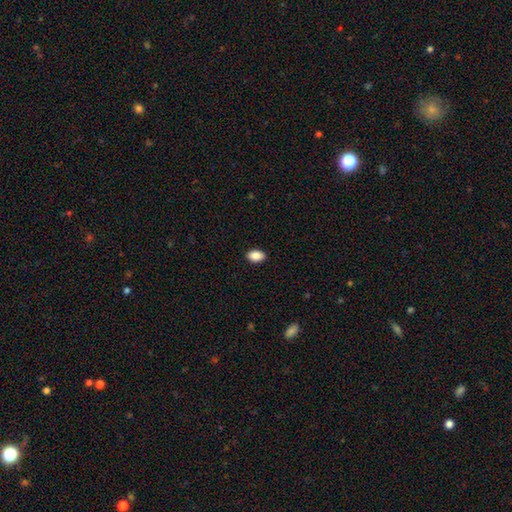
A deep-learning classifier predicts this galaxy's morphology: Overall: smooth (89%). How rounded: in between (91%). Merging: none (90%).